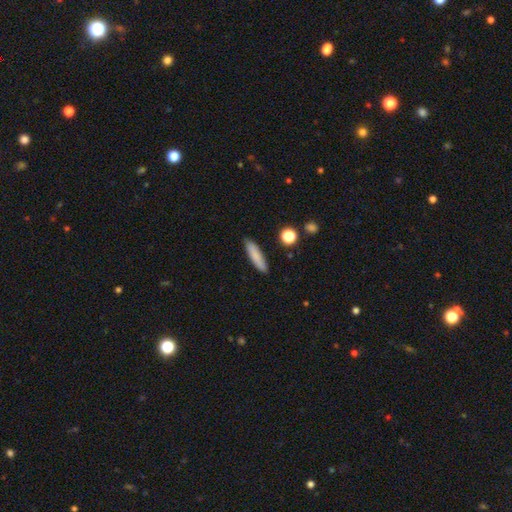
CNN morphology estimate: This appears to be a smooth galaxy with no disk features (82%) that is cigar-shaped (80%). Merging: none (88%).